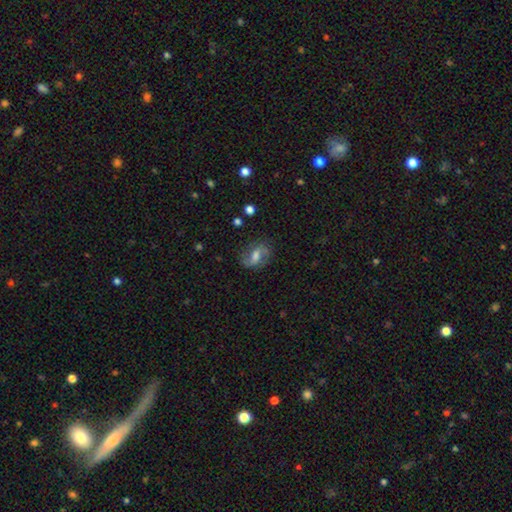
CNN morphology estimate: Q: Smooth or featured?
A: featured or disk (60%); runner-up: smooth (31%)
Q: Edge-on disk?
A: no (96%); runner-up: yes (4%)
Q: Bar?
A: weak (49%); runner-up: no (31%)
Q: Spiral arms?
A: yes (86%); runner-up: no (14%)
Q: Bulge size?
A: moderate (52%); runner-up: small (19%)
Q: Merging?
A: none (71%); runner-up: minor disturbance (19%)